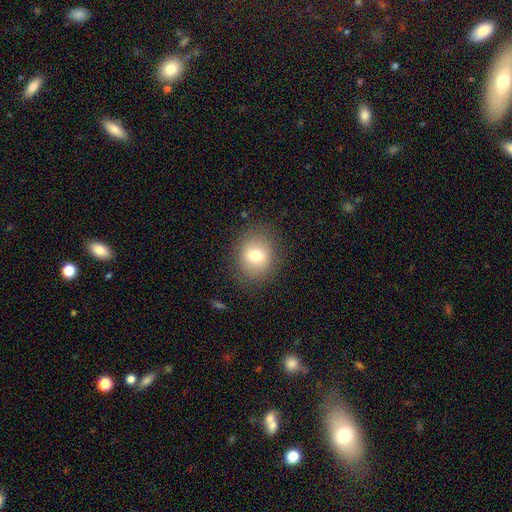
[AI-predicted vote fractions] Smooth or featured?
  - smooth: 72% *
  - featured or disk: 17%
  - star or artifact: 11%
How rounded?
  - round: 74% *
  - in between: 25%
  - cigar-shaped: 1%
Merging?
  - none: 84% *
  - minor disturbance: 11%
  - major disturbance: 4%
  - merger: 1%